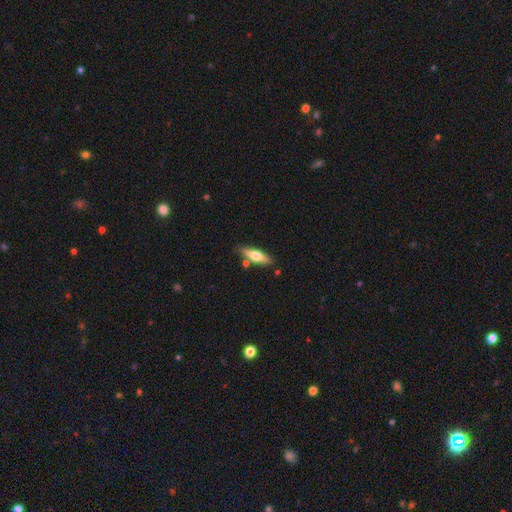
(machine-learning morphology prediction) A smooth galaxy with no disk features (50%).

Vote fractions:
- Smooth or featured? smooth: 50% / featured or disk: 44% / star or artifact: 6%
- Merging? none: 77% / minor disturbance: 12% / merger: 8% / major disturbance: 3%